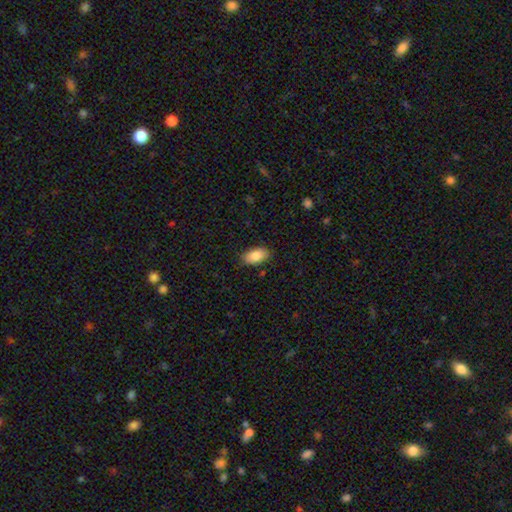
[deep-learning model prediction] Q: Smooth or featured?
A: smooth (84%); runner-up: featured or disk (9%)
Q: How rounded?
A: in between (93%); runner-up: round (4%)
Q: Merging?
A: none (87%); runner-up: minor disturbance (10%)